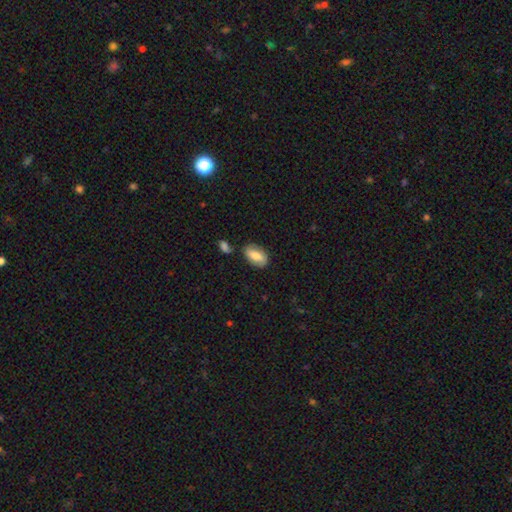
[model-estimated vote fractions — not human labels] A smooth galaxy with no disk features (74%) that is in between round and cigar-shaped (92%). Merging: none (75%).